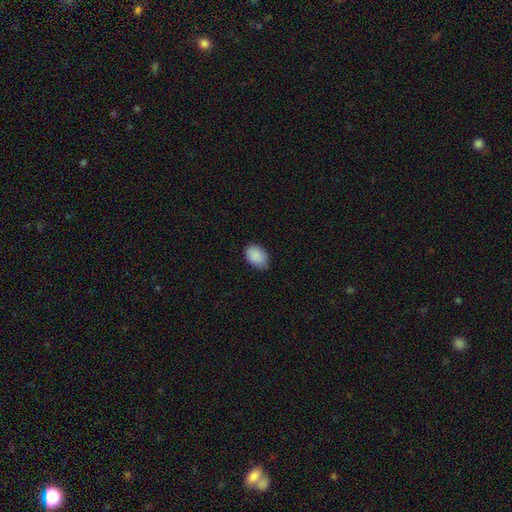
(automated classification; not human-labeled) The model was most divided on "merging": none: 72%, minor disturbance: 24%, major disturbance: 3%, merger: 1%. More confident: smooth or featured — smooth (90%); how rounded — in between (83%).